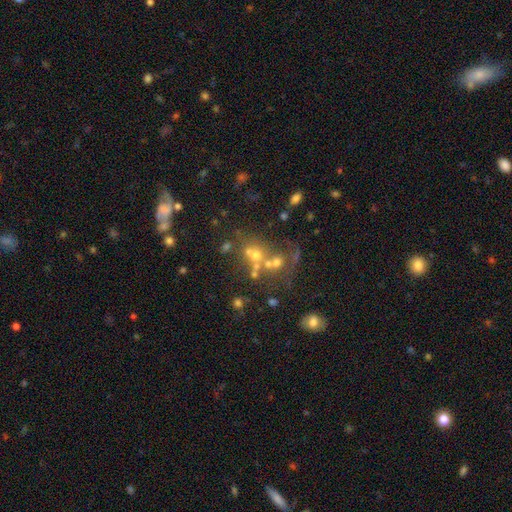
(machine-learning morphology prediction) smooth-or-featured: smooth: 41% | star or artifact: 31% | featured or disk: 28%
  merging: merger: 41% | none: 39% | minor disturbance: 10% | major disturbance: 9%